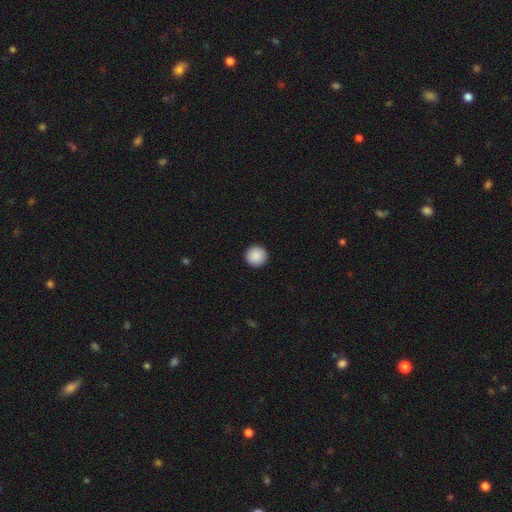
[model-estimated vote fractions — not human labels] Smooth or featured? Predicted: smooth (p=0.89). How rounded? Predicted: round (p=0.96). Merging? Predicted: none (p=0.93).